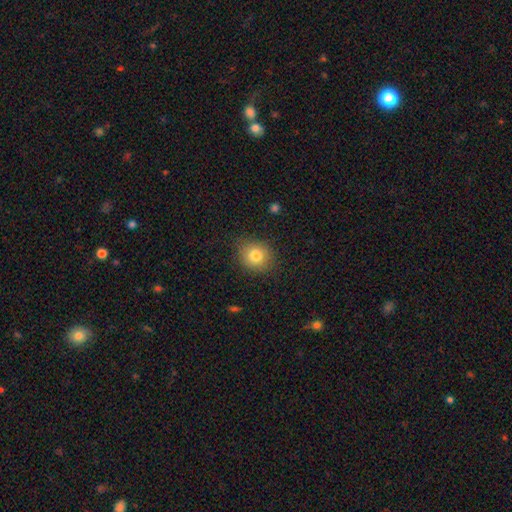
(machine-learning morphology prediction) Q: Smooth or featured?
A: smooth (80%); runner-up: star or artifact (11%)
Q: How rounded?
A: round (78%); runner-up: in between (21%)
Q: Merging?
A: none (83%); runner-up: minor disturbance (12%)